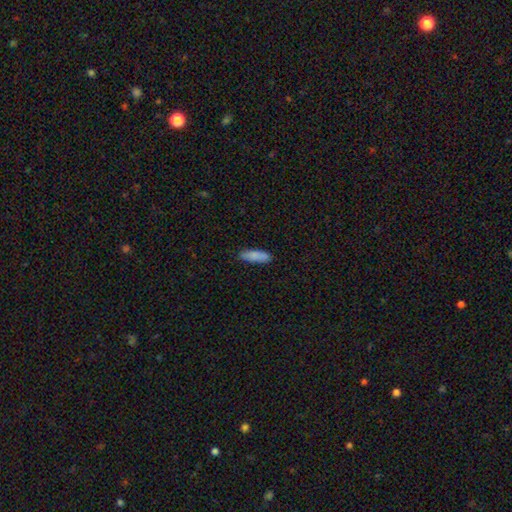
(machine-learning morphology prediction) type=smooth (87%); roundness=cigar-shaped (53%); merging=none (87%).